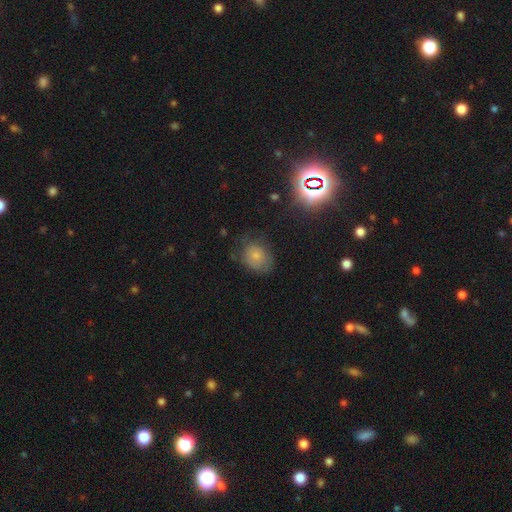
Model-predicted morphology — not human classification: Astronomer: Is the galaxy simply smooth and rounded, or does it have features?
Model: smooth — 71%.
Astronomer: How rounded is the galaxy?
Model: round — 50% (runner-up: in between, 49%).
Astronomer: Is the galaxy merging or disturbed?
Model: none — 59%.